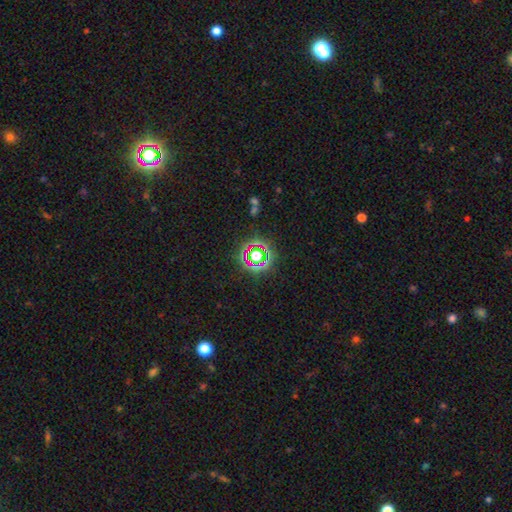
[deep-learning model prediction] Q: Smooth or featured?
A: star or artifact (66%); runner-up: smooth (23%)